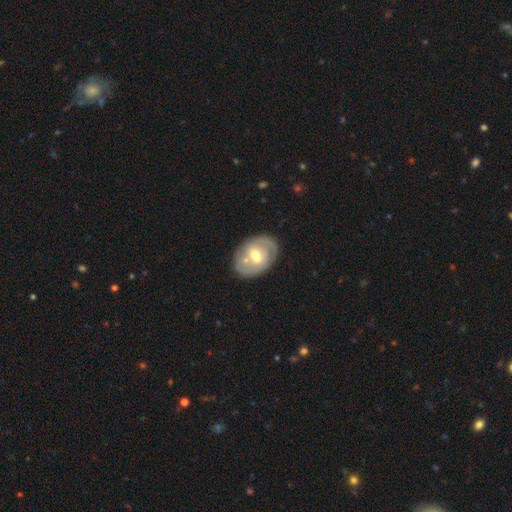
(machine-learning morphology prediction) Smooth or featured?
  - featured or disk: 60% *
  - smooth: 34%
  - star or artifact: 6%
Edge-on disk?
  - no: 95% *
  - yes: 5%
Bar?
  - weak: 51% *
  - no: 34%
  - strong: 16%
Spiral arms?
  - yes: 62% *
  - no: 38%
Bulge size?
  - moderate: 70% *
  - small: 21%
  - large: 7%
  - none: 1%
  - dominant: 1%
Merging?
  - none: 67% *
  - minor disturbance: 18%
  - merger: 9%
  - major disturbance: 6%